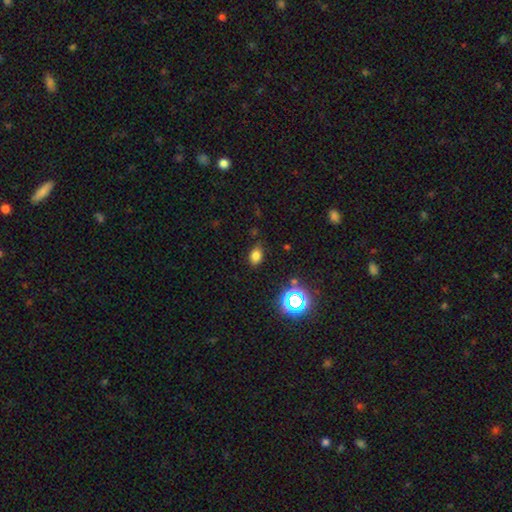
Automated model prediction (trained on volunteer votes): smooth 74%, star or artifact 19%, featured or disk 6%. Down the decision tree: how rounded — in between (79%); merging — none (78%).